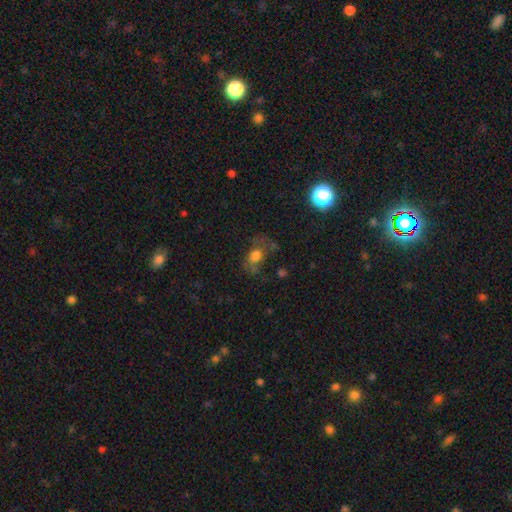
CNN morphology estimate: Overall: smooth (57%; featured or disk 28%). How rounded: in between (64%; round 33%). Merging: none (41%; major disturbance 31%).